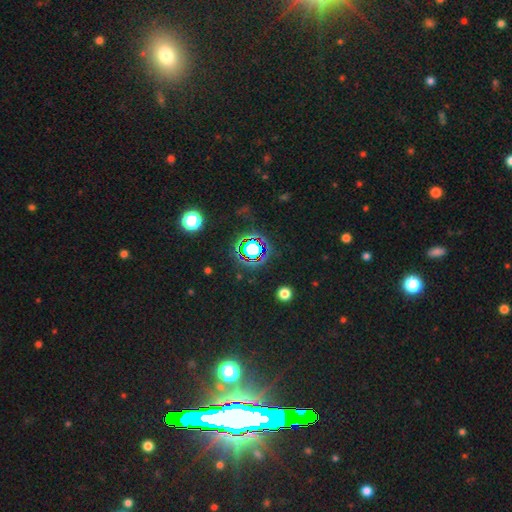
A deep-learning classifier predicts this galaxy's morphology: The model was most divided on "smooth or featured": star or artifact: 80%, smooth: 10%, featured or disk: 9%.